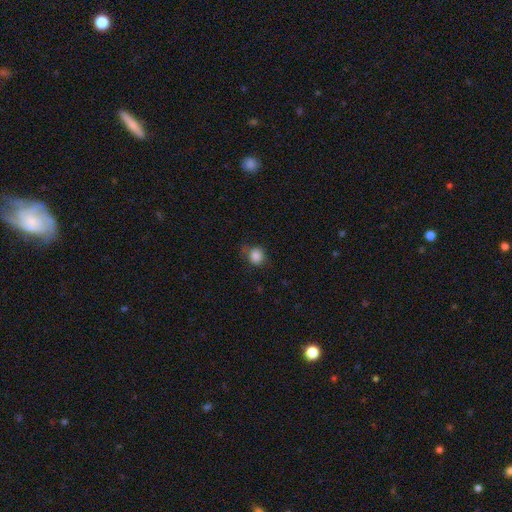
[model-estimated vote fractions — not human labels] Q: Smooth or featured?
A: smooth (85%); runner-up: star or artifact (11%)
Q: How rounded?
A: round (82%); runner-up: in between (17%)
Q: Merging?
A: none (67%); runner-up: minor disturbance (23%)